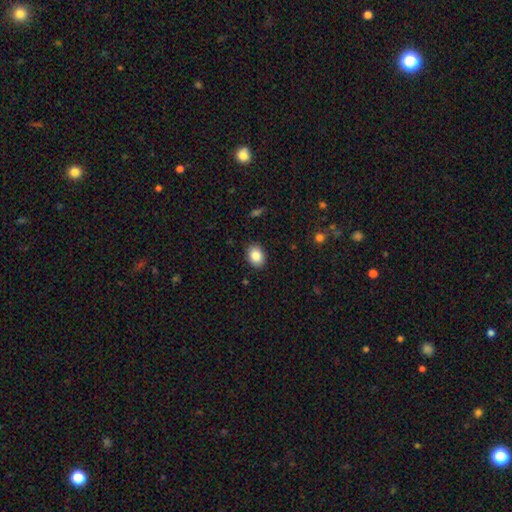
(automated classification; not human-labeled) Smooth or featured?
  - smooth: 86% *
  - star or artifact: 8%
  - featured or disk: 6%
How rounded?
  - in between: 67% *
  - round: 32%
  - cigar-shaped: 1%
Merging?
  - none: 89% *
  - minor disturbance: 8%
  - major disturbance: 2%
  - merger: 1%